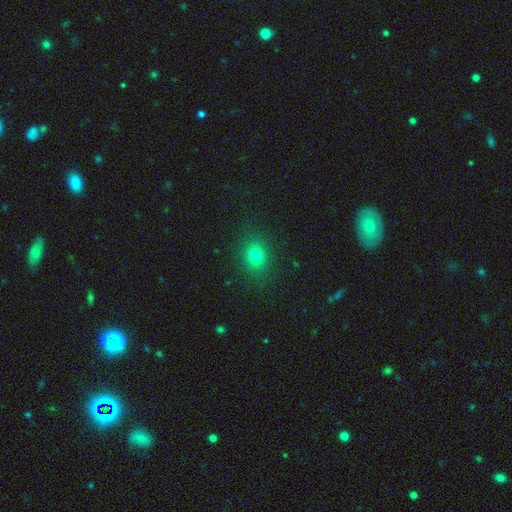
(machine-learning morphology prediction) Smooth or featured? Predicted: smooth (p=0.77). How rounded? Predicted: round (p=0.58). Merging? Predicted: none (p=0.87).